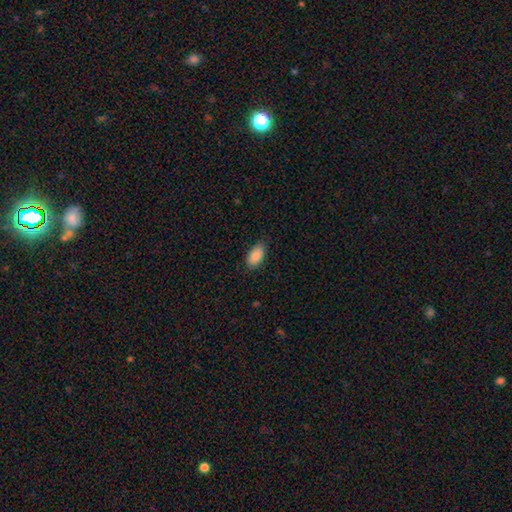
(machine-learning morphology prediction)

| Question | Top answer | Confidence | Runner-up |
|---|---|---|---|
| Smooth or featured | smooth | 89% | star or artifact (6%) |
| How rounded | in between | 94% | round (3%) |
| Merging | none | 83% | minor disturbance (14%) |